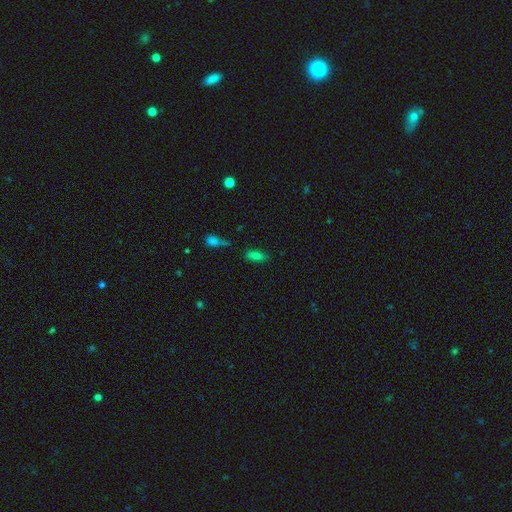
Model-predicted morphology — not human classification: Smooth or featured? Predicted: smooth (p=0.74). How rounded? Predicted: in between (p=0.80). Merging? Predicted: none (p=0.71).